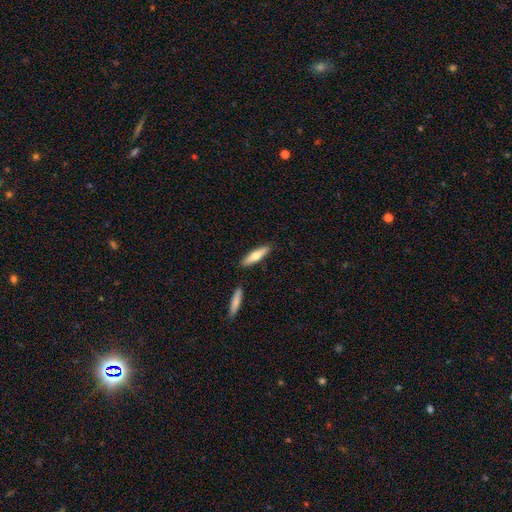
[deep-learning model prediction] Q: Smooth or featured?
A: smooth (61%); runner-up: featured or disk (34%)
Q: How rounded?
A: cigar-shaped (74%); runner-up: in between (24%)
Q: Merging?
A: none (86%); runner-up: minor disturbance (8%)